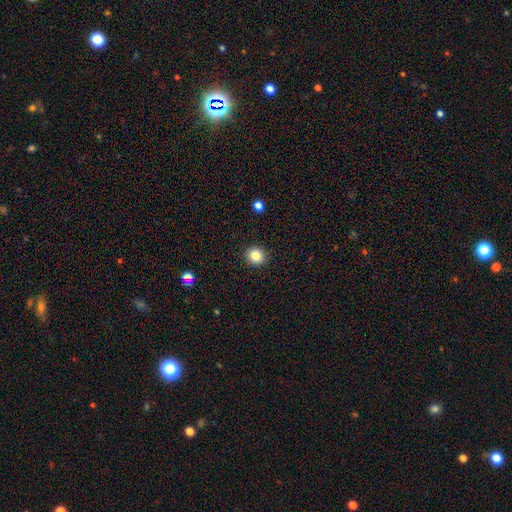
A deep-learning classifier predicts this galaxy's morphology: smooth_or_featured: smooth (p=0.84) [alt: star or artifact p=0.11]
how_rounded: round (p=0.84) [alt: in between p=0.15]
merging: none (p=0.92) [alt: minor disturbance p=0.05]